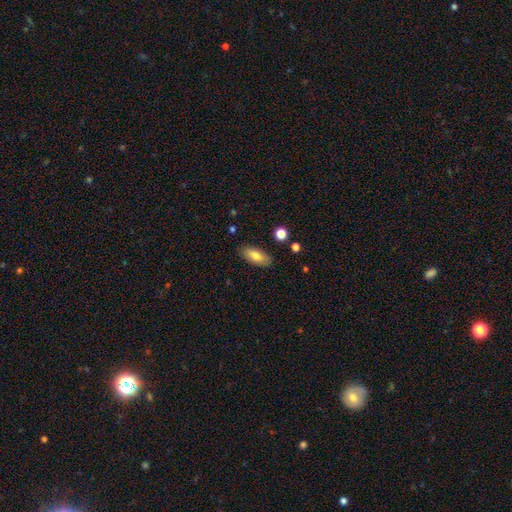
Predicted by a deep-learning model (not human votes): This appears to be a smooth galaxy with no disk features (75%) that is in between round and cigar-shaped (85%). Merging: none (85%).